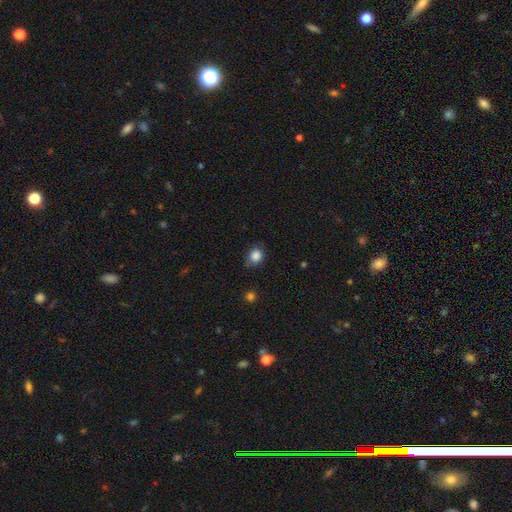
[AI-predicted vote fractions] This is clearly a smooth galaxy (85%). How rounded: likely round (65%). Merging: likely none (68%).